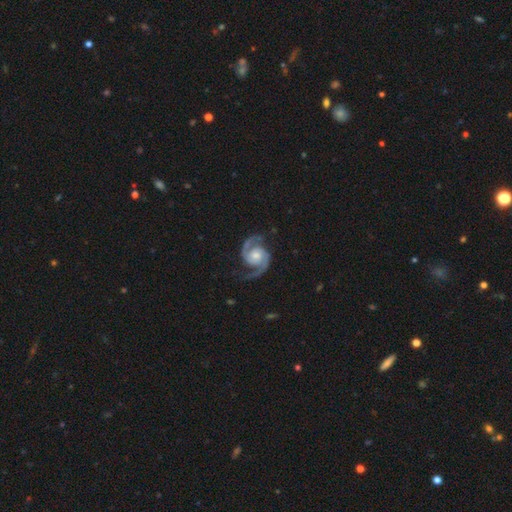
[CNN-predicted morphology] Smooth or featured? Predicted: featured or disk (p=0.93). Edge-on disk? Predicted: no (p=0.98). Bar? Predicted: no (p=0.64). Spiral arms? Predicted: yes (p=0.99). Spiral winding? Predicted: medium (p=0.60). Spiral arm count? Predicted: 2 (p=0.95). Bulge size? Predicted: moderate (p=0.53). Merging? Predicted: none (p=0.79).